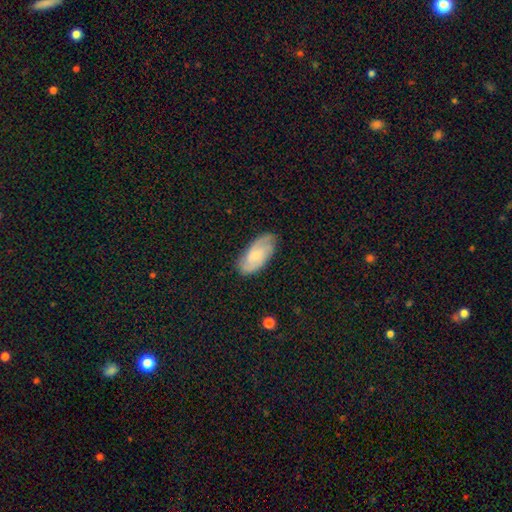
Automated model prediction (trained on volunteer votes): Smooth or featured?
  - featured or disk: 57% *
  - smooth: 37%
  - star or artifact: 7%
Edge-on disk?
  - no: 93% *
  - yes: 7%
Bar?
  - no: 65% *
  - weak: 30%
  - strong: 5%
Spiral arms?
  - yes: 91% *
  - no: 9%
Bulge size?
  - small: 67% *
  - moderate: 25%
  - none: 6%
  - large: 2%
  - dominant: 1%
Merging?
  - none: 80% *
  - minor disturbance: 16%
  - major disturbance: 3%
  - merger: 1%